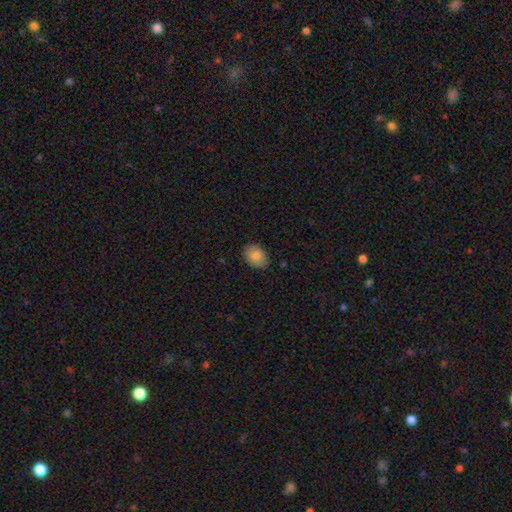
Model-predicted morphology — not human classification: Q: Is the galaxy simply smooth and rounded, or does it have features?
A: smooth — 81%.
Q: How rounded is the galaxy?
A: in between — 71%.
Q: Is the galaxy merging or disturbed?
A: none — 85%.